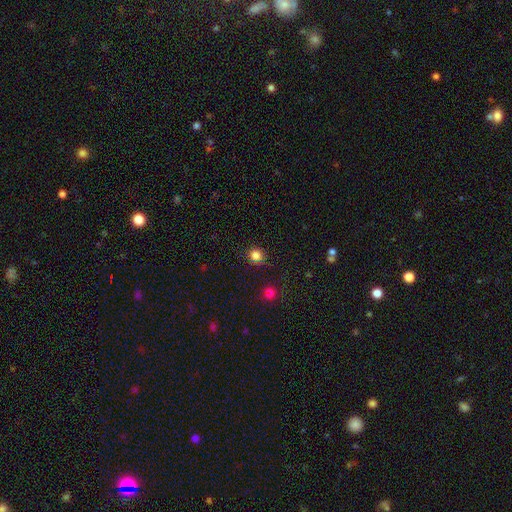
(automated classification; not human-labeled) Smooth or featured?
  - smooth: 82% *
  - star or artifact: 13%
  - featured or disk: 4%
How rounded?
  - round: 88% *
  - in between: 12%
  - cigar-shaped: 1%
Merging?
  - none: 87% *
  - minor disturbance: 9%
  - major disturbance: 3%
  - merger: 2%